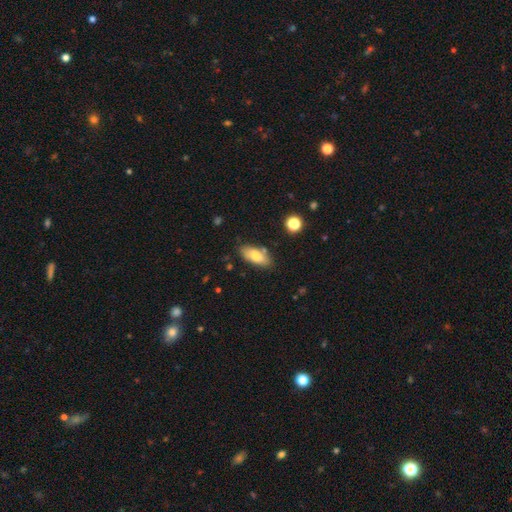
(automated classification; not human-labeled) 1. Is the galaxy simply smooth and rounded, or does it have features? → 76% smooth, 17% featured or disk, 7% star or artifact.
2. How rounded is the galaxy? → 83% in between, 14% cigar-shaped, 3% round.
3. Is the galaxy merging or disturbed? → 77% none, 15% minor disturbance, 5% merger, 3% major disturbance.